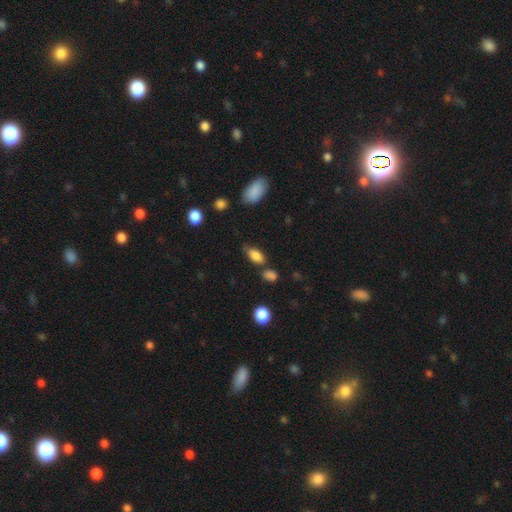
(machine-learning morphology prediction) Smooth or featured: smooth — 83% (star or artifact — 9%)
How rounded: in between — 89% (cigar-shaped — 6%)
Merging: none — 58% (minor disturbance — 23%)